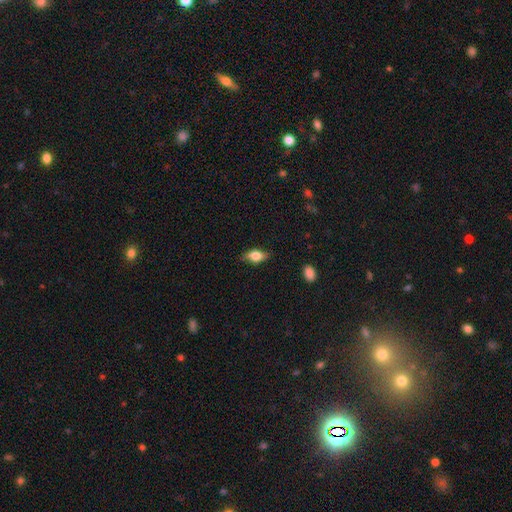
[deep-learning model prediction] Smooth or featured: smooth — 65% (featured or disk — 27%)
How rounded: in between — 82% (cigar-shaped — 10%)
Merging: none — 77% (minor disturbance — 18%)